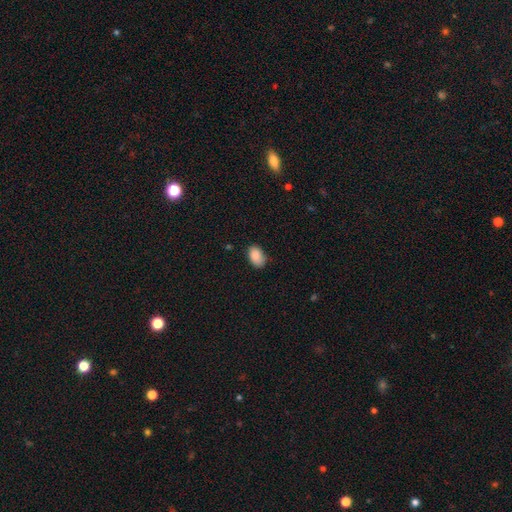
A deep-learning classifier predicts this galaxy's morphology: type=smooth (89%); roundness=in between (88%); merging=none (76%).